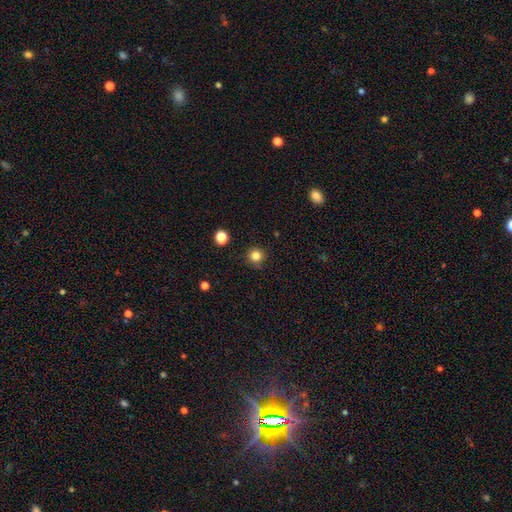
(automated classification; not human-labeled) Smooth or featured? Predicted: smooth (p=0.83). How rounded? Predicted: round (p=0.94). Merging? Predicted: none (p=0.89).